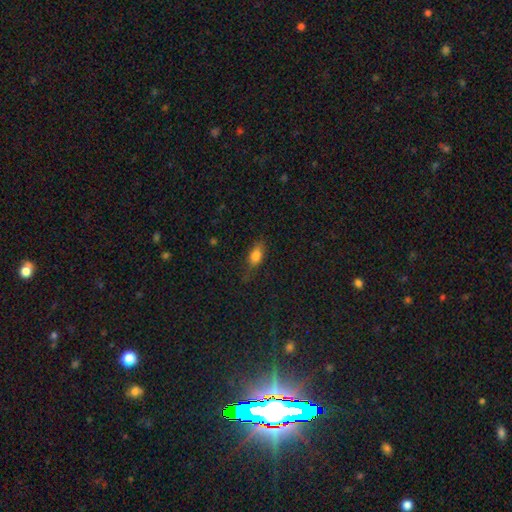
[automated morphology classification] Overall: smooth (79%). How rounded: in between (83%). Merging: none (68%).